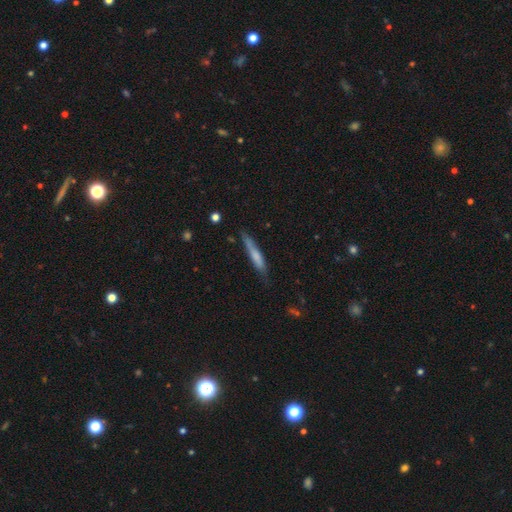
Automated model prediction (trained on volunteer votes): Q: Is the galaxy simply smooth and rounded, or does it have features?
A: smooth — 65%.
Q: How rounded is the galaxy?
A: cigar-shaped — 91%.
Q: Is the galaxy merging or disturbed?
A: none — 70%.